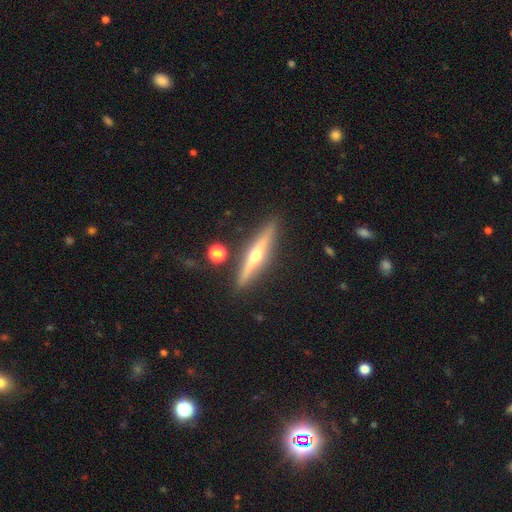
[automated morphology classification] A featured or disk galaxy (76%) viewed edge-on (97%) with a rounded central bulge (92%). Merging: none (89%).